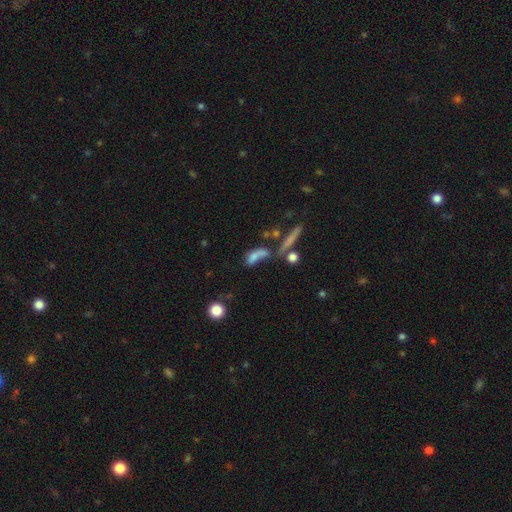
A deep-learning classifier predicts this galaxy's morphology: smooth_or_featured: smooth (p=0.59) [alt: featured or disk p=0.26]
how_rounded: in between (p=0.60) [alt: cigar-shaped p=0.30]
merging: merger (p=0.39) [alt: none p=0.26]